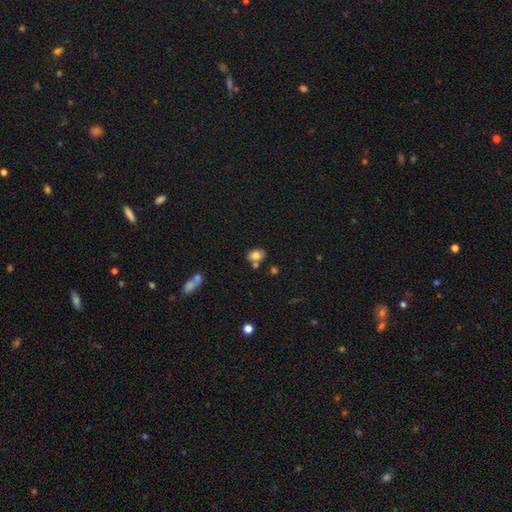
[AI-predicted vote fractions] smooth_or_featured: smooth (p=0.80) [alt: featured or disk p=0.10]
how_rounded: in between (p=0.72) [alt: round p=0.27]
merging: none (p=0.65) [alt: merger p=0.16]